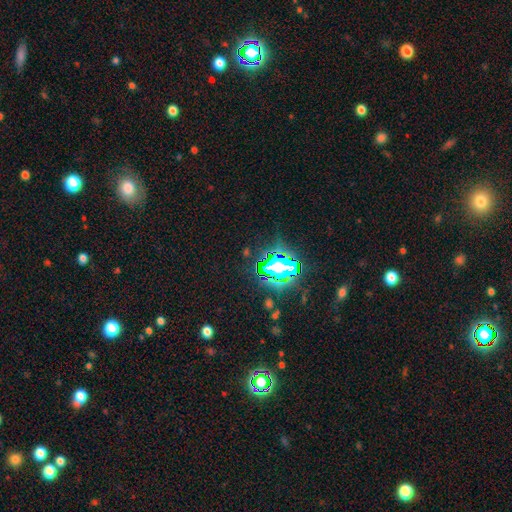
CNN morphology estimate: The model was most divided on "smooth or featured": star or artifact: 80%, smooth: 12%, featured or disk: 8%.